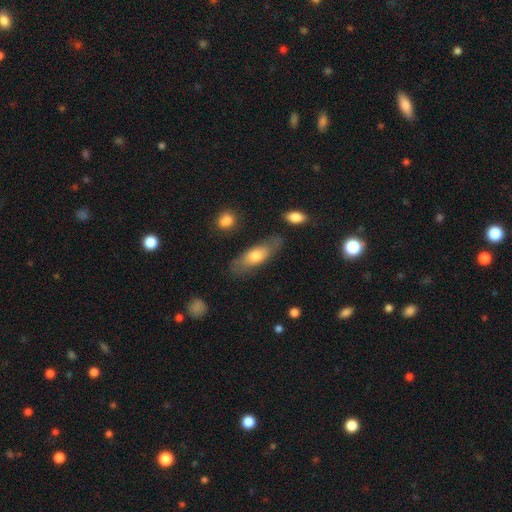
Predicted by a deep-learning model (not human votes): smooth-or-featured: smooth: 64% | featured or disk: 29% | star or artifact: 6%
  how-rounded: in between: 67% | cigar-shaped: 30% | round: 3%
  merging: none: 71% | minor disturbance: 19% | major disturbance: 6% | merger: 4%